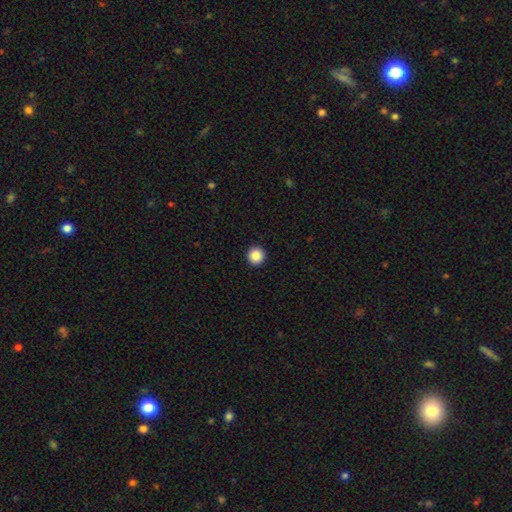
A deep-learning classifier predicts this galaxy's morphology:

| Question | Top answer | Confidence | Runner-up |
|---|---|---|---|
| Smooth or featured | smooth | 87% | star or artifact (9%) |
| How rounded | round | 96% | in between (3%) |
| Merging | none | 94% | minor disturbance (4%) |